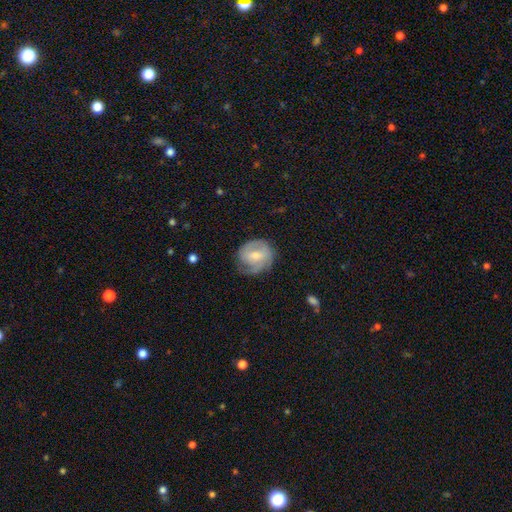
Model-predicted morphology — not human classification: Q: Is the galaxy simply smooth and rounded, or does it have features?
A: featured or disk — 57%.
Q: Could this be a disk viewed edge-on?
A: no — 97%.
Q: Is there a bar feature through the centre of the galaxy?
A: weak — 51%.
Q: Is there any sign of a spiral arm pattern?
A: yes — 81%.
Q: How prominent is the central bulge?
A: moderate — 51%.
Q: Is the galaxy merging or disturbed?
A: none — 63%.